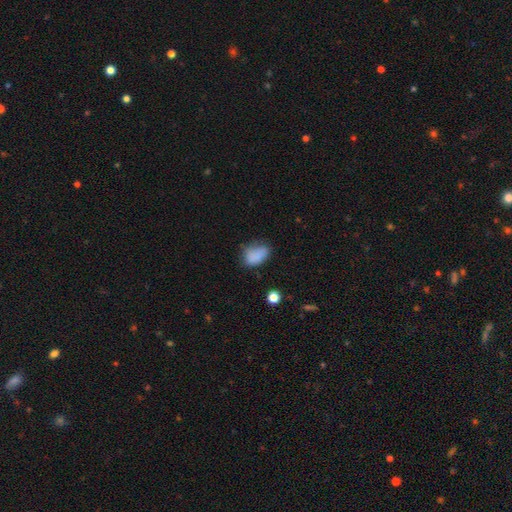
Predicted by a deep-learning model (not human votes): Q: Smooth or featured?
A: smooth (81%); runner-up: star or artifact (10%)
Q: How rounded?
A: in between (86%); runner-up: round (13%)
Q: Merging?
A: none (54%); runner-up: minor disturbance (31%)